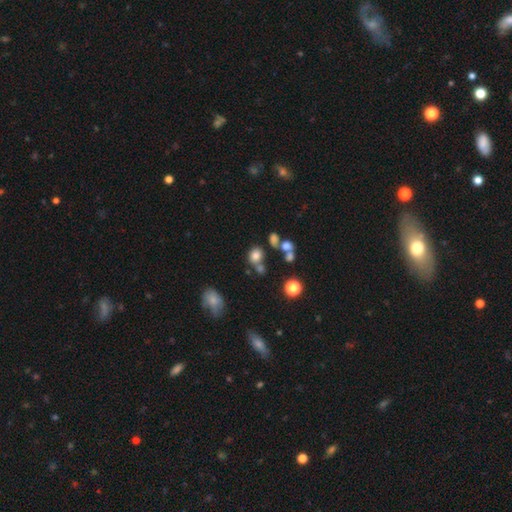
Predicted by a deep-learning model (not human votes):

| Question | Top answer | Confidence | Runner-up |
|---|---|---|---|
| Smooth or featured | smooth | 76% | star or artifact (15%) |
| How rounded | round | 68% | in between (31%) |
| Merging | none | 54% | merger (26%) |